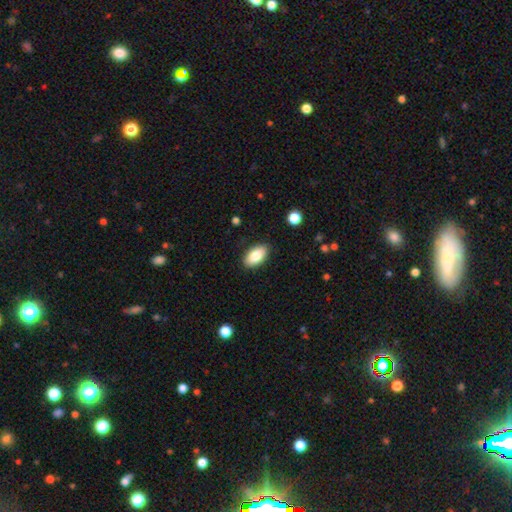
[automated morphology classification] Overall: smooth (85%). How rounded: in between (94%). Merging: none (88%).